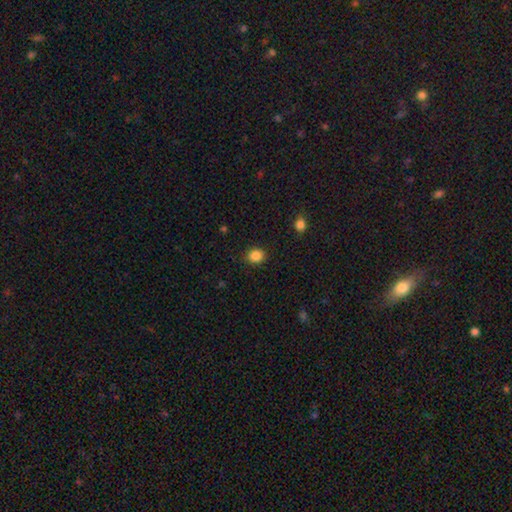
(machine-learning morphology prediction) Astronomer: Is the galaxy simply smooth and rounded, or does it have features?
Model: smooth — 86%.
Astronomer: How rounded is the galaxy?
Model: round — 67%.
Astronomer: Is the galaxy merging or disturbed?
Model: none — 89%.